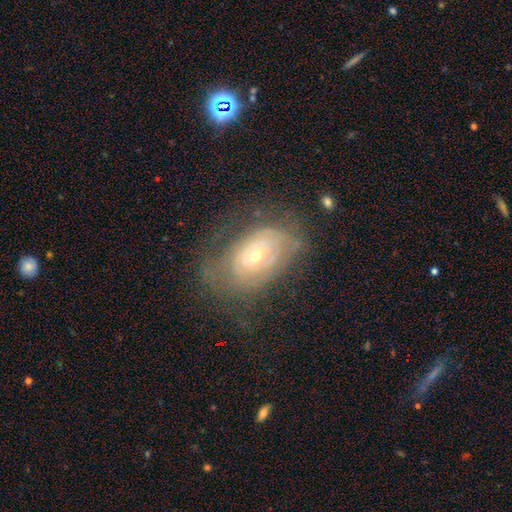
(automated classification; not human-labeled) Morphology: type=featured or disk (64%); edge-on=no (93%); bar=no (77%); spiral arms=yes (63%); bulge=small (61%); merging=none (58%).